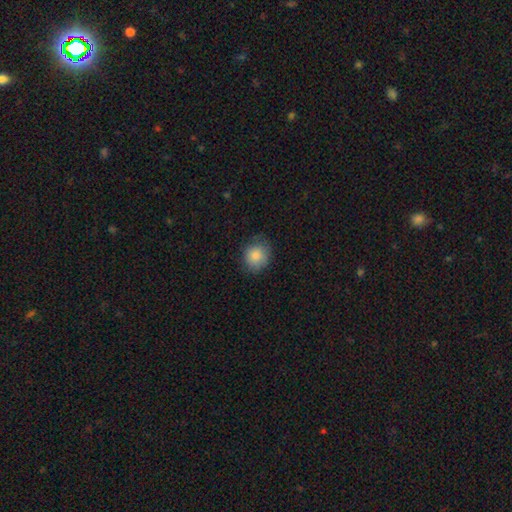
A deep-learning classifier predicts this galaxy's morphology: This is clearly a smooth galaxy (86%). How rounded: likely round (78%). Merging: likely none (75%).